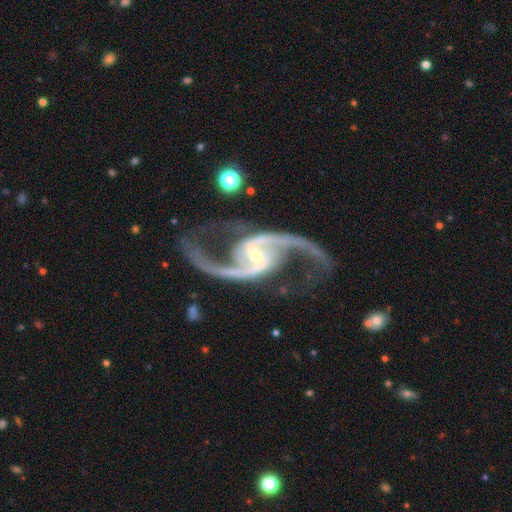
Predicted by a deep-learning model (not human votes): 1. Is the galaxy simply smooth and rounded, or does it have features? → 95% featured or disk, 4% star or artifact, 2% smooth.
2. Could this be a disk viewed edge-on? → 98% no, 2% yes.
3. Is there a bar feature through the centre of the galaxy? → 42% weak, 36% strong, 22% no.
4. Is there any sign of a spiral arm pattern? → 99% yes, 1% no.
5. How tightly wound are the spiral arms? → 60% loose, 34% medium, 6% tight.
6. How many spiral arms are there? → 95% 2, 1% can't tell, 1% 3, 1% 1, 1% 4, 1% more than 4.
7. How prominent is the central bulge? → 60% small, 33% moderate, 3% large, 3% none, 1% dominant.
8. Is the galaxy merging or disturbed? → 74% none, 13% minor disturbance, 10% major disturbance, 3% merger.